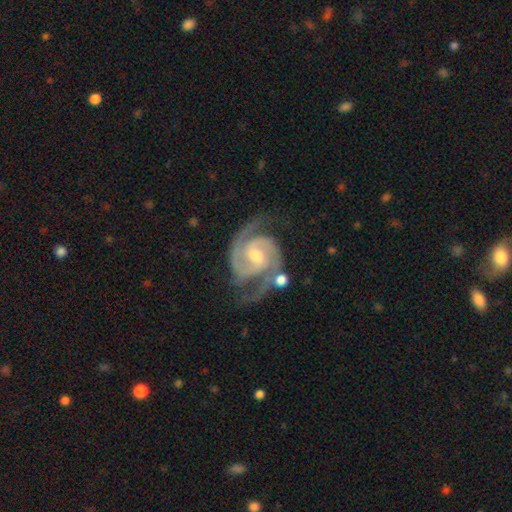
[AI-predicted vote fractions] A featured or disk galaxy (94%) with a weak bar (50%), 2 (87%) medium (50%) spiral arms (99%) and a moderate central bulge (53%). Merging: none (67%).